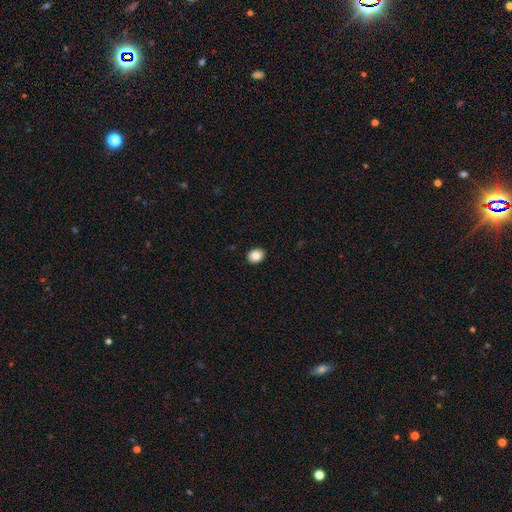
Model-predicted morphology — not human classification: This is clearly a smooth galaxy (87%). How rounded: possibly round (56%). Merging: clearly none (91%).